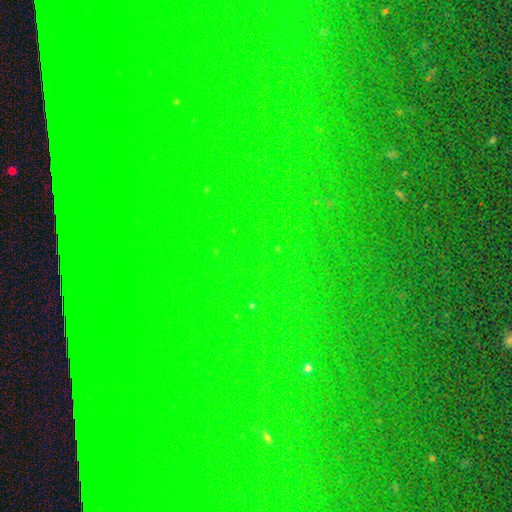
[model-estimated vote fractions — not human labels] Overall: star or artifact (83%).